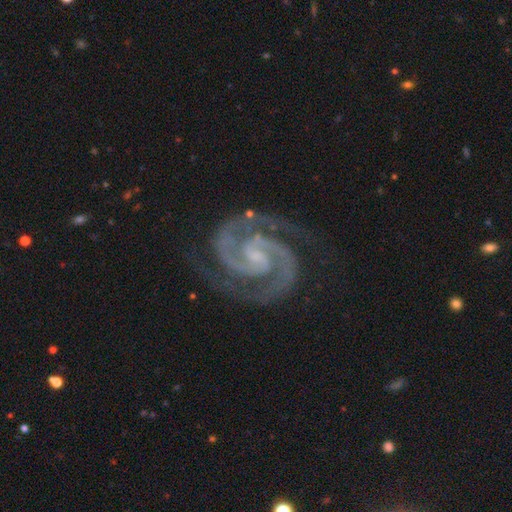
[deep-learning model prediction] smooth-or-featured: featured or disk: 95% | star or artifact: 4% | smooth: 2%
  disk-edge-on: no: 98% | yes: 2%
    bar: weak: 48% | no: 33% | strong: 20%
    has-spiral-arms: yes: 99% | no: 1%
      spiral-winding: tight: 52% | medium: 44% | loose: 4%
      spiral-arm-count: 2: 94% | 3: 2% | can't tell: 1% | 4: 1% | 1: 1% | more than 4: 1%
    bulge-size: small: 56% | none: 25% | moderate: 17% | large: 1% | dominant: 1%
  merging: none: 80% | minor disturbance: 13% | major disturbance: 5% | merger: 1%